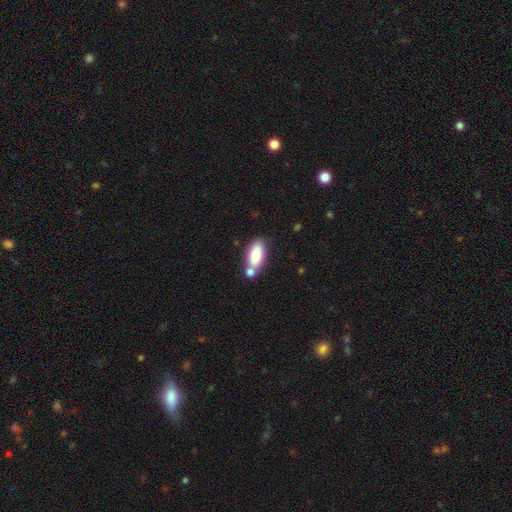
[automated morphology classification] A smooth galaxy with no disk features (82%) that is in between round and cigar-shaped (87%). Merging: none (52%).